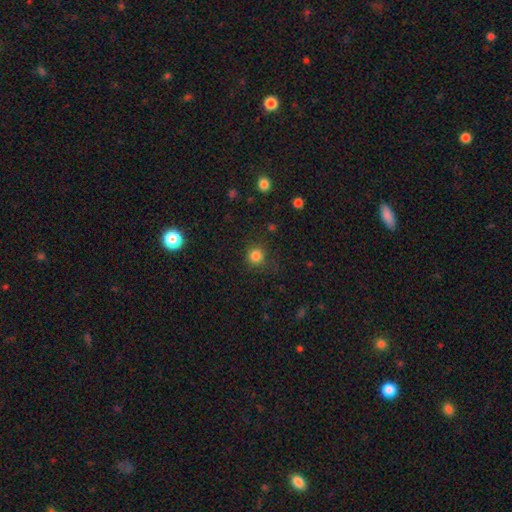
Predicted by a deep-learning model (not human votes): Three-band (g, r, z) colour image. It shows a smooth galaxy with no disk features (83%) that is round (93%). Merging: none (82%).